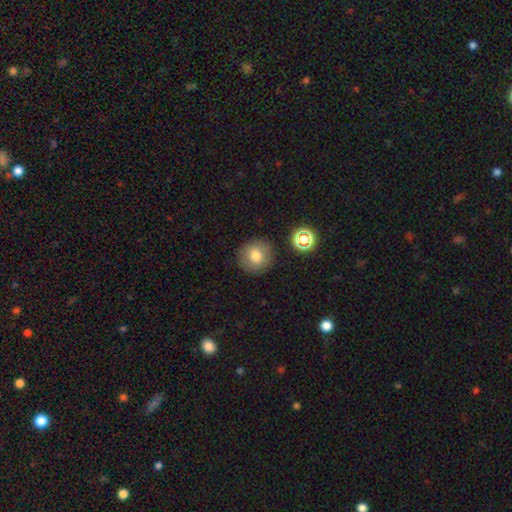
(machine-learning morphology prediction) Smooth or featured?
  - smooth: 76% *
  - star or artifact: 12%
  - featured or disk: 12%
How rounded?
  - round: 91% *
  - in between: 8%
  - cigar-shaped: 1%
Merging?
  - none: 88% *
  - minor disturbance: 7%
  - major disturbance: 3%
  - merger: 2%